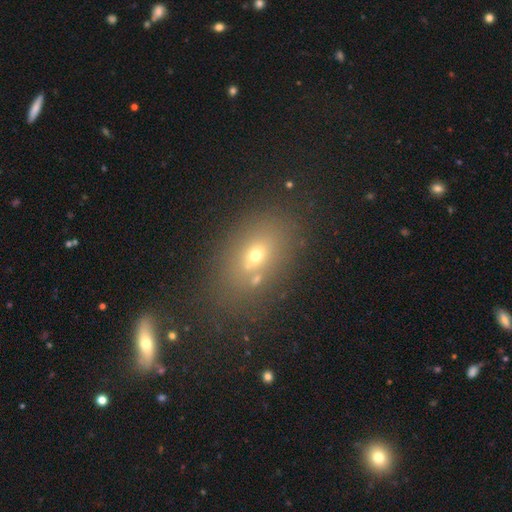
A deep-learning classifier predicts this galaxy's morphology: Smooth or featured: smooth — 57% (star or artifact — 21%)
How rounded: in between — 72% (round — 25%)
Merging: none — 61% (merger — 22%)